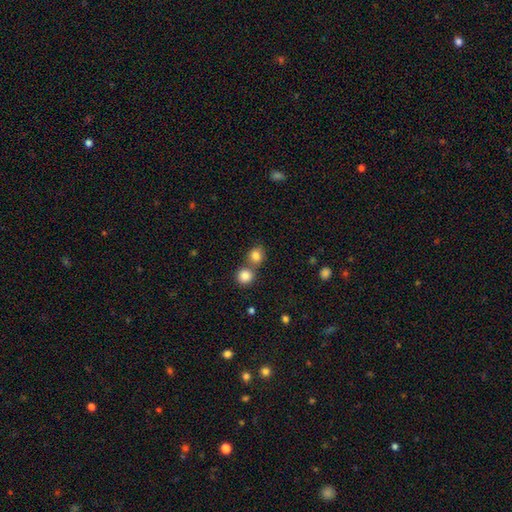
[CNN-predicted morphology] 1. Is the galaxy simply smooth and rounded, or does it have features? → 83% smooth, 11% star or artifact, 7% featured or disk.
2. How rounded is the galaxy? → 76% round, 23% in between, 1% cigar-shaped.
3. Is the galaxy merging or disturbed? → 54% none, 35% merger, 8% minor disturbance, 3% major disturbance.